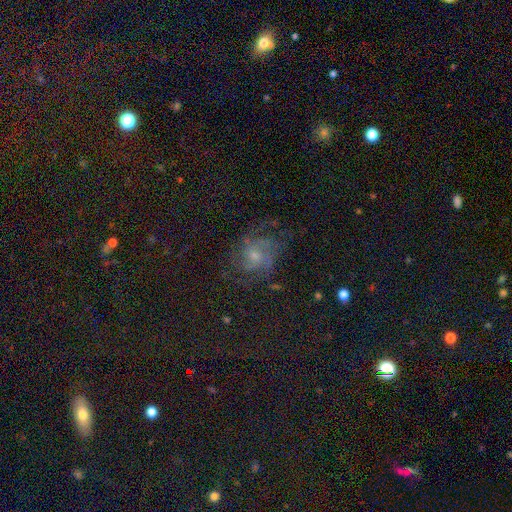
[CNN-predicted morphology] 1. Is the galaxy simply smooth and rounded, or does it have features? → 57% featured or disk, 22% star or artifact, 21% smooth.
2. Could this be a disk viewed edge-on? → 97% no, 3% yes.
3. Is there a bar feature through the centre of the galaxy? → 69% no, 27% weak, 4% strong.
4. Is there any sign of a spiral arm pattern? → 85% yes, 15% no.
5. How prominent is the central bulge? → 51% small, 37% moderate, 6% none, 4% large, 2% dominant.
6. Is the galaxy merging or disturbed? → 59% none, 20% major disturbance, 19% minor disturbance, 2% merger.